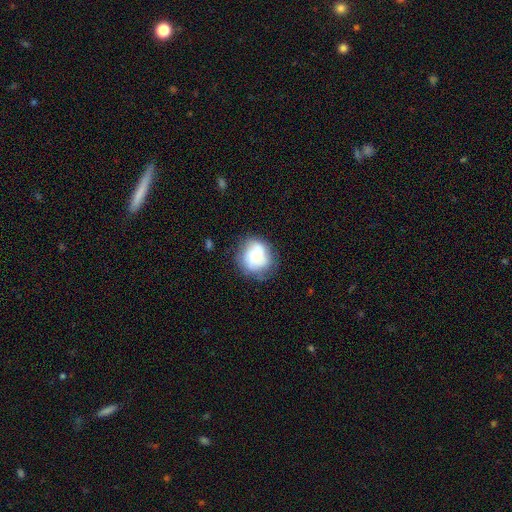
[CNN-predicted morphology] This is possibly a smooth galaxy (58%). How rounded: likely round (77%). Merging: likely none (61%).